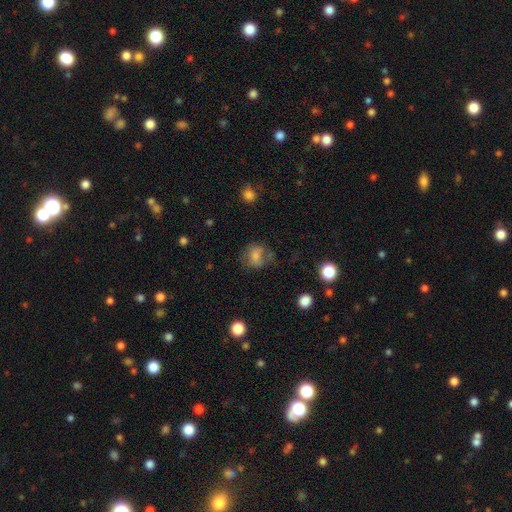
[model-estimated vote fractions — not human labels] smooth 68%, featured or disk 20%, star or artifact 12%. Down the decision tree: how rounded — round (65%); merging — none (54%).